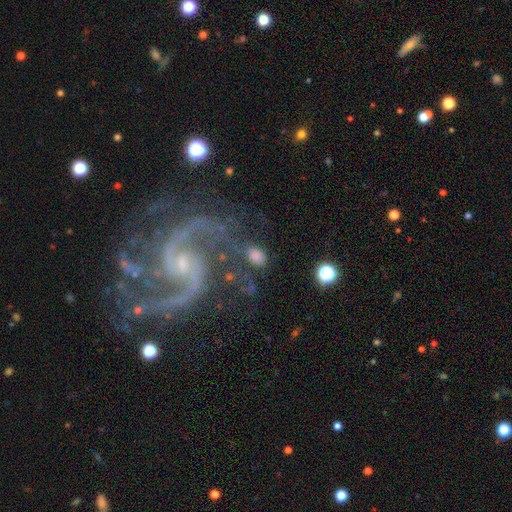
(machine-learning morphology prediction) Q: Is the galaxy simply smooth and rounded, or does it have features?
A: smooth — 63%.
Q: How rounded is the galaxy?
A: in between — 75%.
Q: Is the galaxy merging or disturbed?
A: none — 56%.